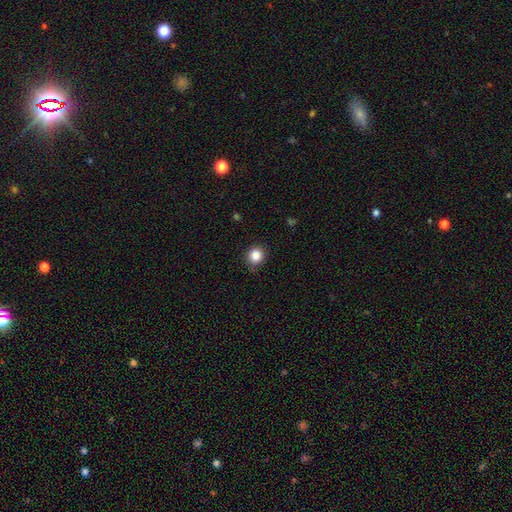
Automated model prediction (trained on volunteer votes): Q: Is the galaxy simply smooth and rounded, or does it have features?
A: smooth — 85%.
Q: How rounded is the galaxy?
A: round — 91%.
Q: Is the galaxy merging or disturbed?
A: none — 85%.